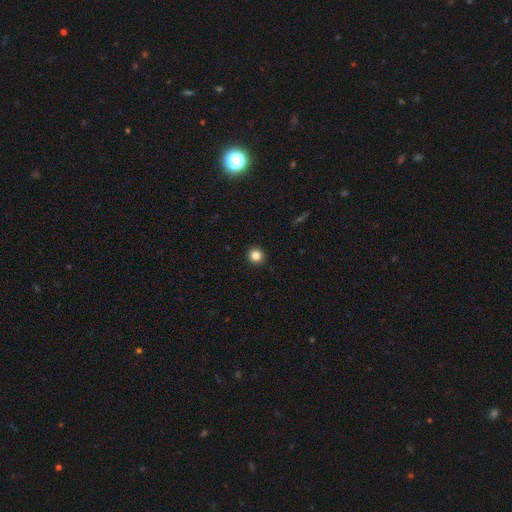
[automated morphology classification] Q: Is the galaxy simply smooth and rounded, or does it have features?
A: smooth — 84%.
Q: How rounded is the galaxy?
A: round — 92%.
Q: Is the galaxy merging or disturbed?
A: none — 93%.